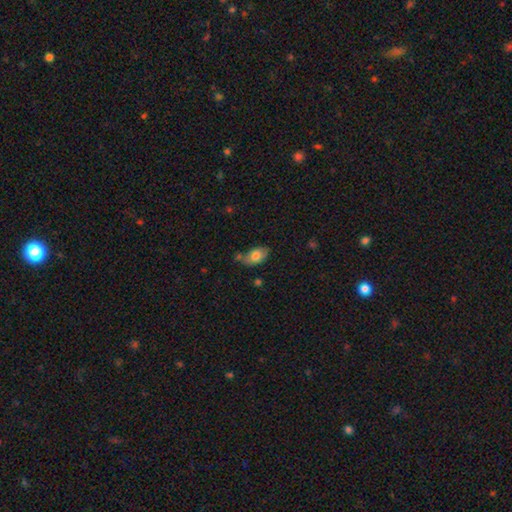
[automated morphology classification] A smooth galaxy with no disk features (74%) that is in between round and cigar-shaped (92%).

Vote fractions:
- Smooth or featured? smooth: 74% / featured or disk: 19% / star or artifact: 7%
- How rounded? in between: 92% / round: 6% / cigar-shaped: 2%
- Merging? none: 50% / minor disturbance: 30% / merger: 13% / major disturbance: 8%